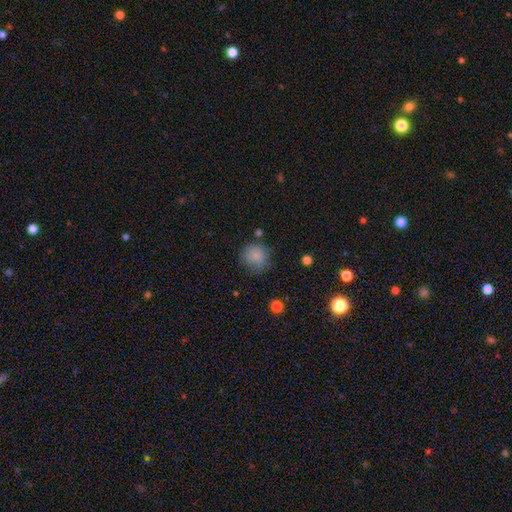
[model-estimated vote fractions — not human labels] Q: Smooth or featured?
A: smooth (81%); runner-up: star or artifact (10%)
Q: How rounded?
A: round (87%); runner-up: in between (12%)
Q: Merging?
A: none (65%); runner-up: minor disturbance (23%)